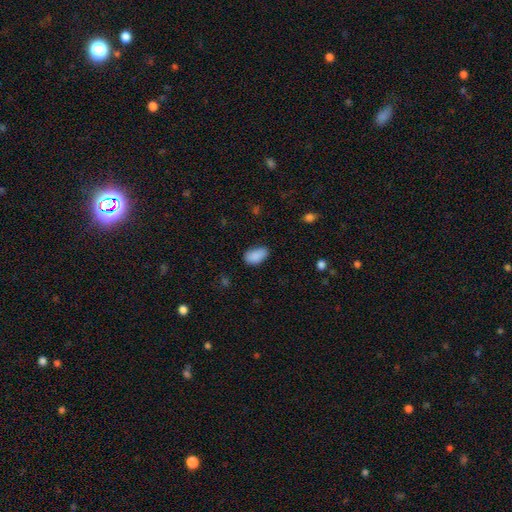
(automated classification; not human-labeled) Q: Smooth or featured?
A: smooth (88%); runner-up: star or artifact (8%)
Q: How rounded?
A: in between (93%); runner-up: round (5%)
Q: Merging?
A: none (70%); runner-up: minor disturbance (23%)